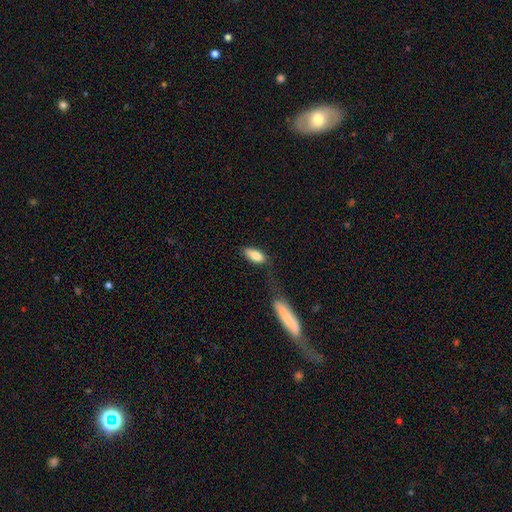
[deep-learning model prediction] This appears to be a smooth galaxy with no disk features (84%) that is in between round and cigar-shaped (84%). Merging: none (59%).